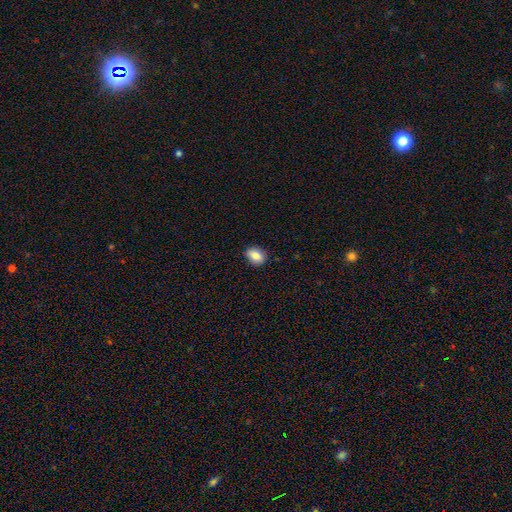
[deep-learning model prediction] Smooth or featured? smooth (84%)
How rounded? in between (65%)
Merging? none (88%)